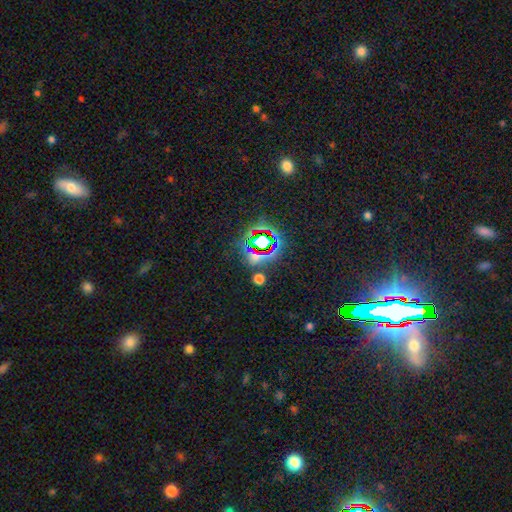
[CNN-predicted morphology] Smooth or featured?
  - star or artifact: 66% *
  - smooth: 25%
  - featured or disk: 9%